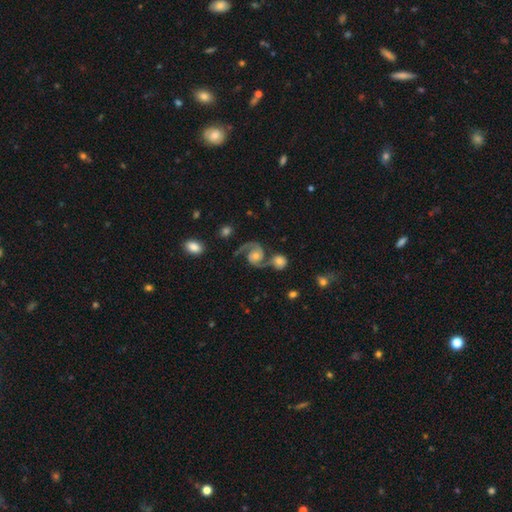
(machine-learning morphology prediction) smooth-or-featured: featured or disk: 89% | star or artifact: 6% | smooth: 5%
  disk-edge-on: no: 98% | yes: 2%
    bar: no: 68% | weak: 25% | strong: 7%
    has-spiral-arms: yes: 98% | no: 2%
      spiral-winding: medium: 59% | tight: 25% | loose: 16%
      spiral-arm-count: 2: 91% | 1: 4% | can't tell: 2% | 3: 2% | 4: 1% | more than 4: 1%
    bulge-size: moderate: 51% | small: 39% | large: 5% | none: 4% | dominant: 1%
  merging: none: 60% | merger: 18% | minor disturbance: 14% | major disturbance: 9%